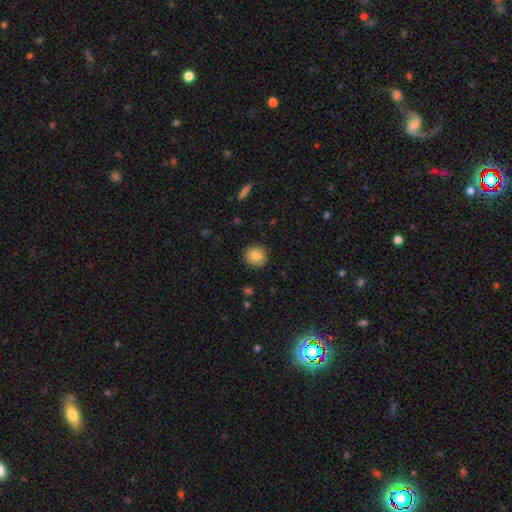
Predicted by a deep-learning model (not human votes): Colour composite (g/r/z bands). It shows a smooth galaxy with no disk features (82%) that is round (91%). Merging: none (90%).